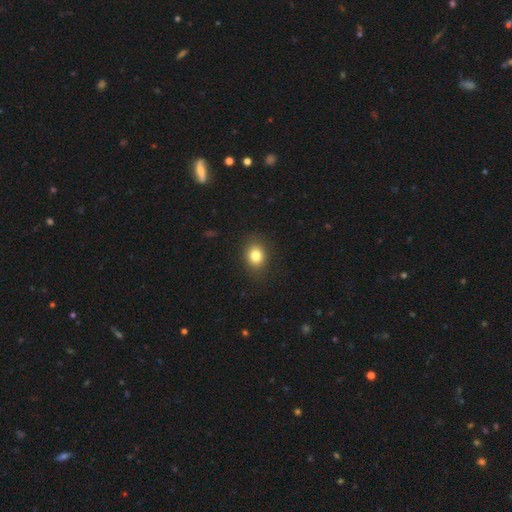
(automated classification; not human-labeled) Overall: smooth (82%). How rounded: round (53%; in between 46%). Merging: none (87%).